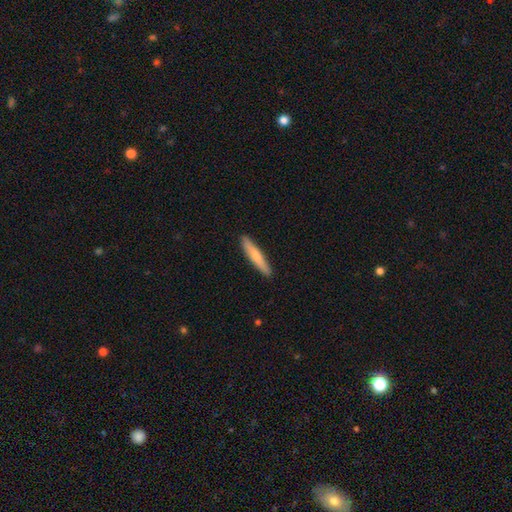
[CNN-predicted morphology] A smooth galaxy with no disk features (68%) that is cigar-shaped (91%).

Vote fractions:
- Smooth or featured? smooth: 68% / featured or disk: 27% / star or artifact: 5%
- How rounded? cigar-shaped: 91% / in between: 7% / round: 1%
- Merging? none: 91% / minor disturbance: 7% / major disturbance: 1% / merger: 1%